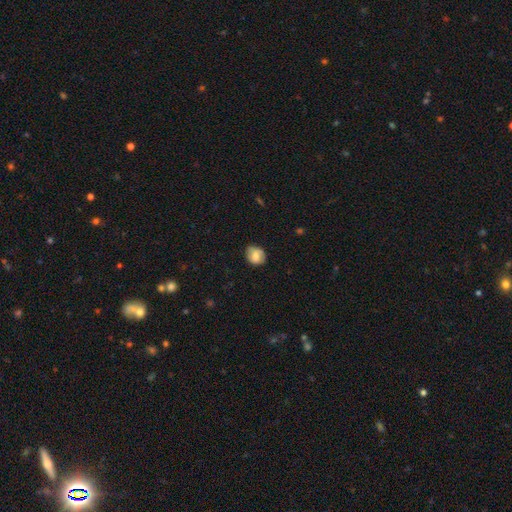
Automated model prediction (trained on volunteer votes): The model was most divided on "how rounded": round: 64%, in between: 35%, cigar-shaped: 1%. More confident: merging — none (73%); smooth or featured — smooth (69%).